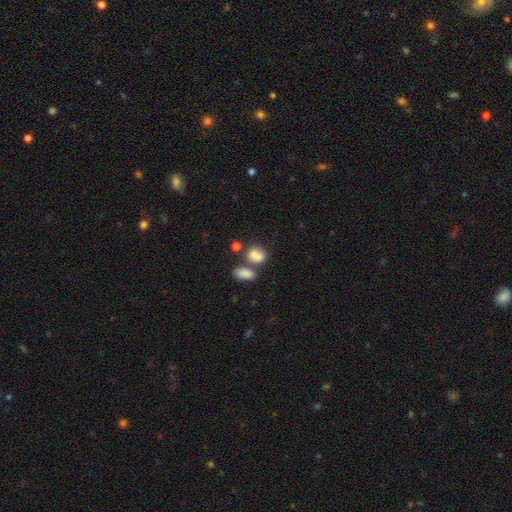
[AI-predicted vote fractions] A smooth galaxy with no disk features (79%) that is in between round and cigar-shaped (61%).

Vote fractions:
- Smooth or featured? smooth: 79% / featured or disk: 11% / star or artifact: 10%
- How rounded? in between: 61% / round: 37% / cigar-shaped: 2%
- Merging? merger: 47% / none: 35% / minor disturbance: 12% / major disturbance: 6%